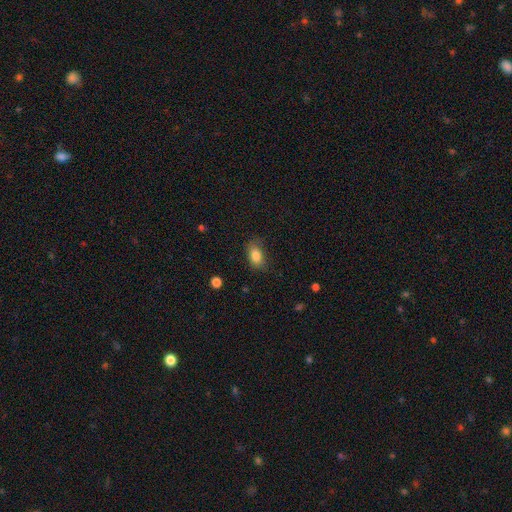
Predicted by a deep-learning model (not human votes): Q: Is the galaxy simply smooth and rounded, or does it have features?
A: smooth — 85%.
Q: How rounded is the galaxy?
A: in between — 86%.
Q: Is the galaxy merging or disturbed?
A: none — 76%.